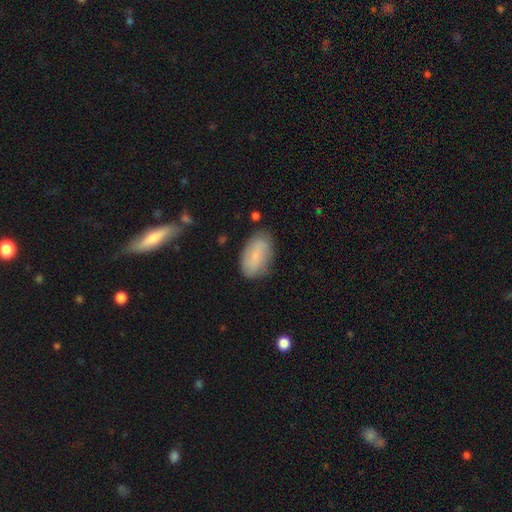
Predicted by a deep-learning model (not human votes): Smooth or featured? smooth (75%)
How rounded? in between (93%)
Merging? none (77%)